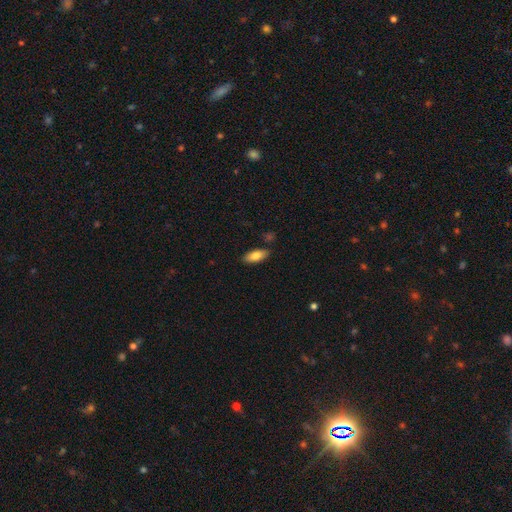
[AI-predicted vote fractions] Smooth or featured? Predicted: smooth (p=0.81). How rounded? Predicted: in between (p=0.83). Merging? Predicted: none (p=0.83).